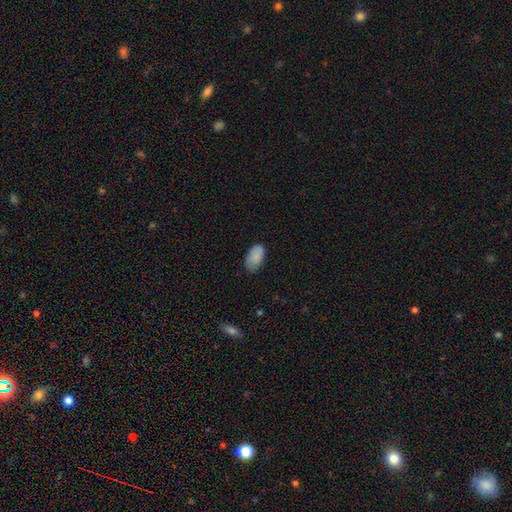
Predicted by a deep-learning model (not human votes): smooth_or_featured: smooth (p=0.85) [alt: featured or disk p=0.08]
how_rounded: in between (p=0.94) [alt: round p=0.04]
merging: none (p=0.71) [alt: minor disturbance p=0.23]